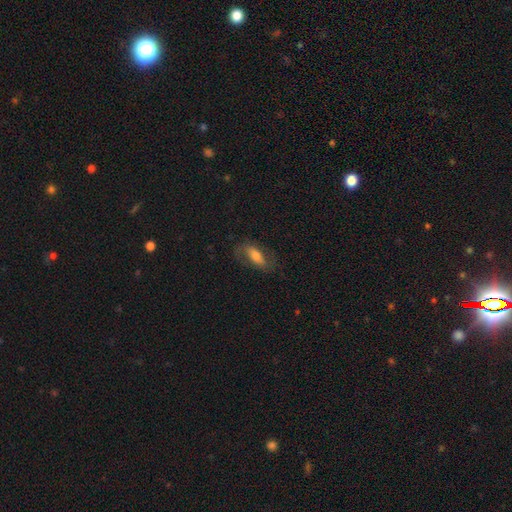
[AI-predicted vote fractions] This appears to be a smooth galaxy with no disk features (47%). Merging: none (70%).